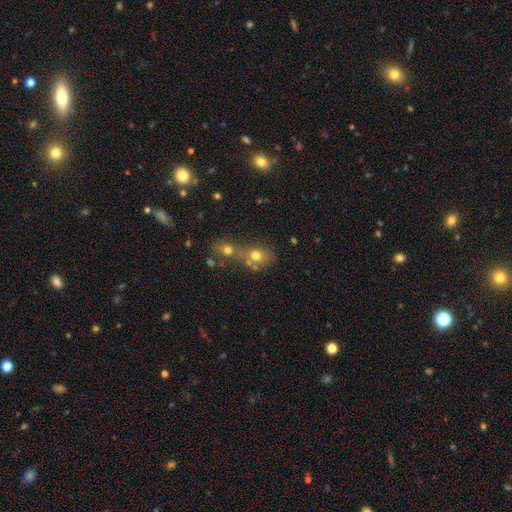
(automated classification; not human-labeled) This appears to be a smooth galaxy with no disk features (69%) that is round (59%). Merging: merger (56%).